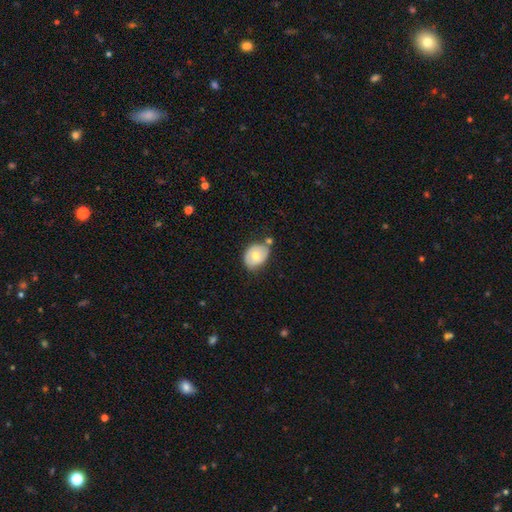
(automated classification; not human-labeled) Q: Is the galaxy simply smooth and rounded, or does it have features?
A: smooth — 67%.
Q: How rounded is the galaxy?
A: in between — 68%.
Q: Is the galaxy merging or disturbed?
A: none — 56%.